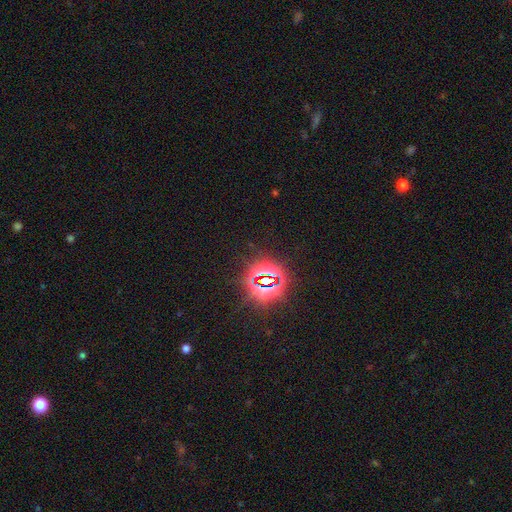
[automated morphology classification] The model was most divided on "smooth or featured": star or artifact: 83%, smooth: 11%, featured or disk: 6%.